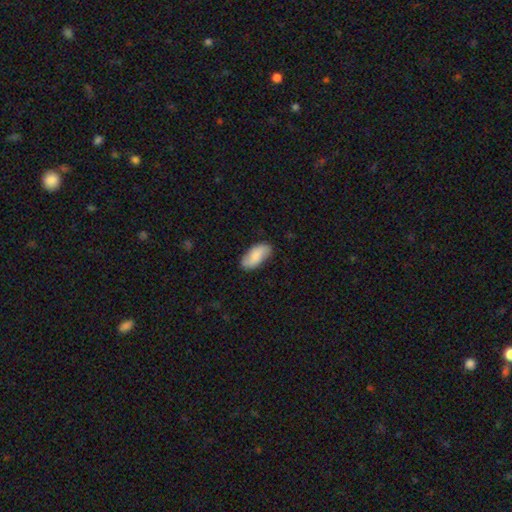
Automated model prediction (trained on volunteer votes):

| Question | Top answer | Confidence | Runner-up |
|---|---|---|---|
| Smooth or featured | smooth | 72% | featured or disk (22%) |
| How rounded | in between | 91% | cigar-shaped (7%) |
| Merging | none | 80% | minor disturbance (16%) |